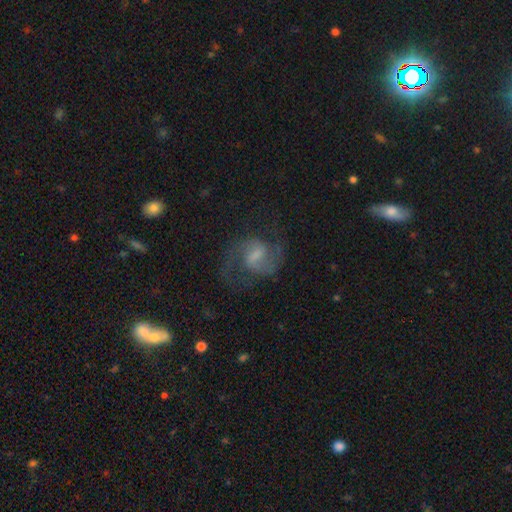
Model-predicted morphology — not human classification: smooth-or-featured: featured or disk: 84% | smooth: 9% | star or artifact: 7%
  disk-edge-on: no: 98% | yes: 2%
    bar: weak: 60% | strong: 22% | no: 18%
    has-spiral-arms: yes: 96% | no: 4%
      spiral-winding: medium: 59% | loose: 29% | tight: 13%
      spiral-arm-count: 2: 92% | can't tell: 3% | 1: 2% | 3: 1% | 4: 1% | more than 4: 1%
    bulge-size: small: 31% | none: 30% | moderate: 28% | large: 9% | dominant: 2%
  merging: none: 71% | minor disturbance: 15% | major disturbance: 13% | merger: 2%